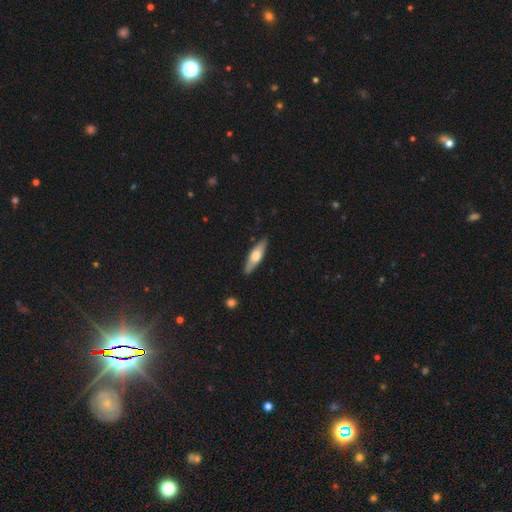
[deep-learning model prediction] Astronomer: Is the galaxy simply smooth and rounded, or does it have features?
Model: smooth — 50% (runner-up: featured or disk, 45%).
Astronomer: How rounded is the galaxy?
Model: cigar-shaped — 63%.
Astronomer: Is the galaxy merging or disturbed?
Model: none — 86%.